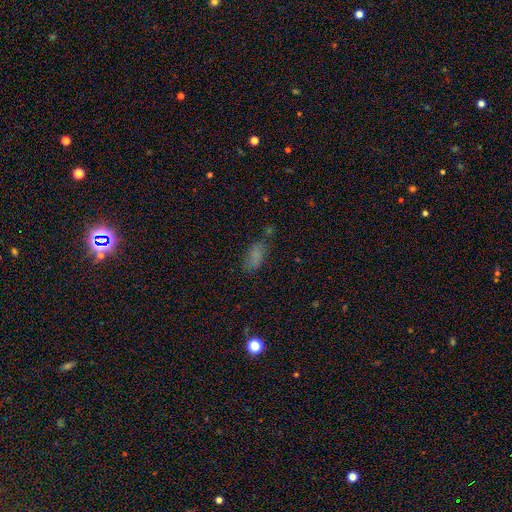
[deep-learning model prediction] This is likely a smooth galaxy (73%). How rounded: clearly in between (86%). Merging: possibly none (59%).